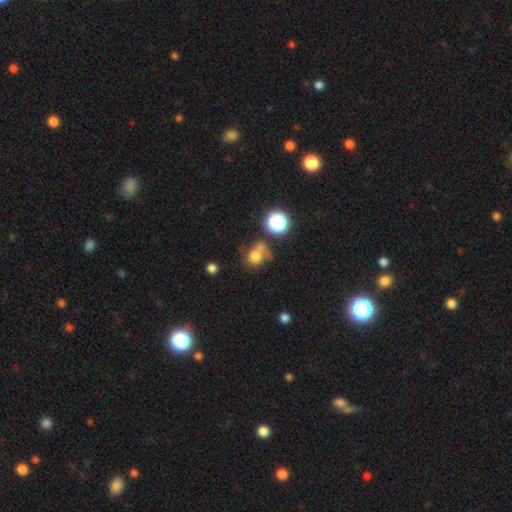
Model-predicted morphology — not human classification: The model was most divided on "merging": none: 35%, merger: 29%, minor disturbance: 18%, major disturbance: 18%. More confident: smooth or featured — smooth (67%); how rounded — round (60%).